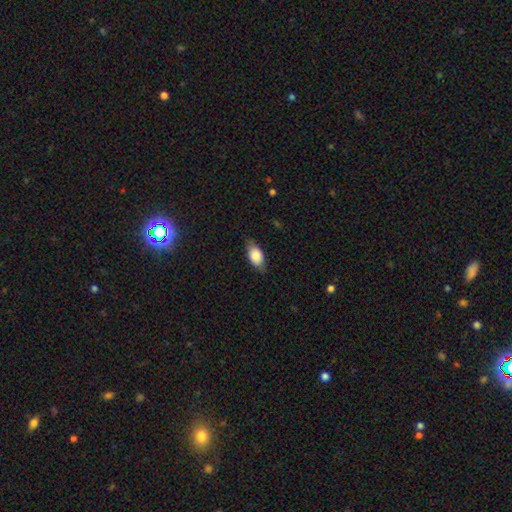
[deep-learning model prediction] A smooth galaxy with no disk features (82%) that is in between round and cigar-shaped (90%).

Vote fractions:
- Smooth or featured? smooth: 82% / featured or disk: 11% / star or artifact: 7%
- How rounded? in between: 90% / cigar-shaped: 5% / round: 5%
- Merging? none: 78% / minor disturbance: 17% / major disturbance: 4% / merger: 1%